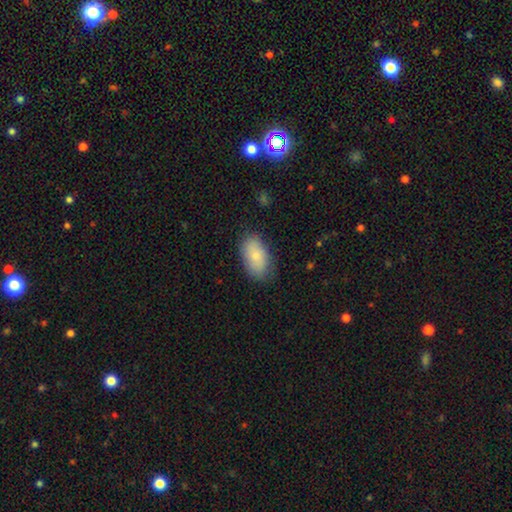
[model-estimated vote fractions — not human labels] This is clearly a smooth galaxy (81%). How rounded: clearly in between (93%). Merging: likely none (79%).